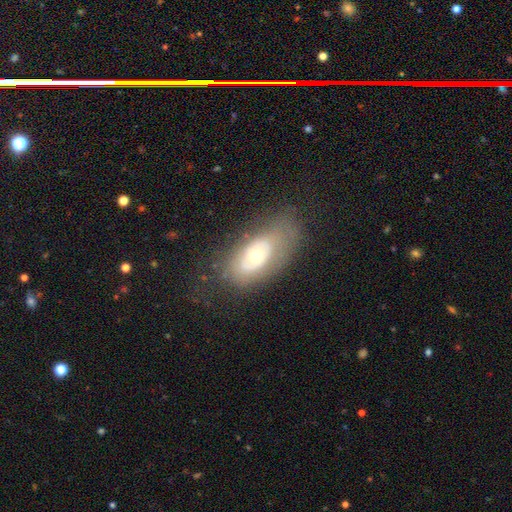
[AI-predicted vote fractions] This appears to be a featured or disk galaxy (48%). Merging: none (57%).